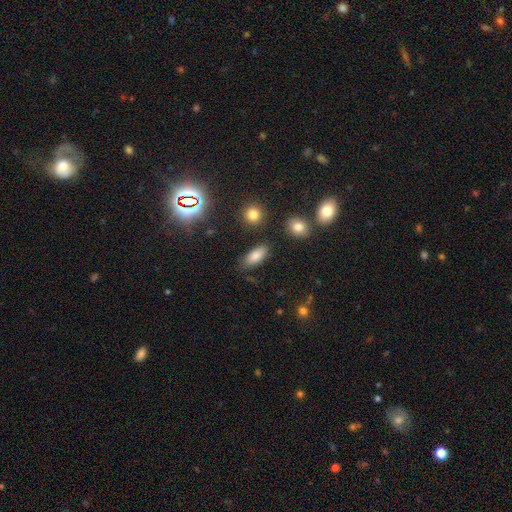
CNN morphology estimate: This is clearly a smooth galaxy (81%). How rounded: clearly in between (85%). Merging: likely none (77%).